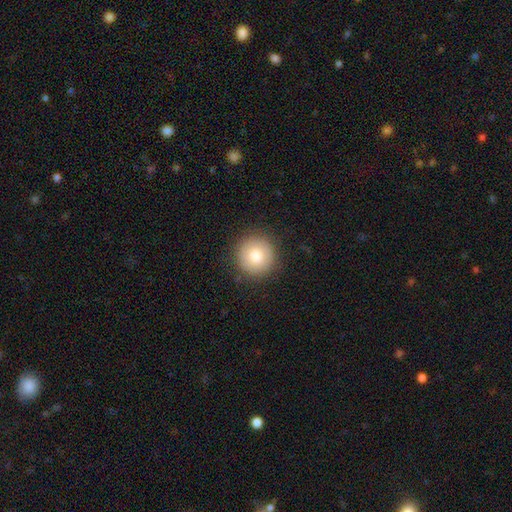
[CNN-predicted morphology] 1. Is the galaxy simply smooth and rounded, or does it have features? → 80% smooth, 11% featured or disk, 8% star or artifact.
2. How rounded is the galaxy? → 95% round, 4% in between, 1% cigar-shaped.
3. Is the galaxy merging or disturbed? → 90% none, 7% minor disturbance, 2% major disturbance, 1% merger.